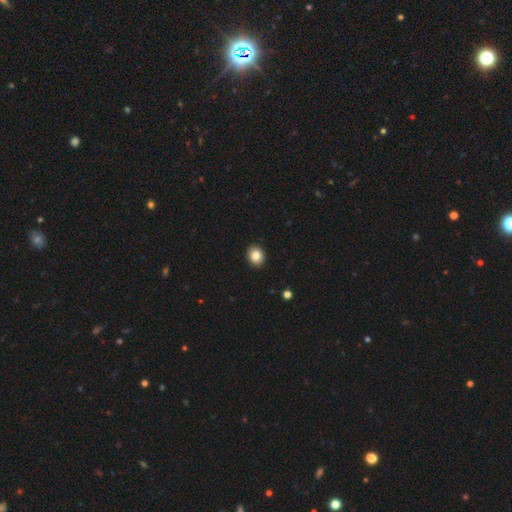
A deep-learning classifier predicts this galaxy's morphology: Smooth or featured: smooth — 84% (star or artifact — 9%)
How rounded: round — 56% (in between — 43%)
Merging: none — 92% (minor disturbance — 6%)